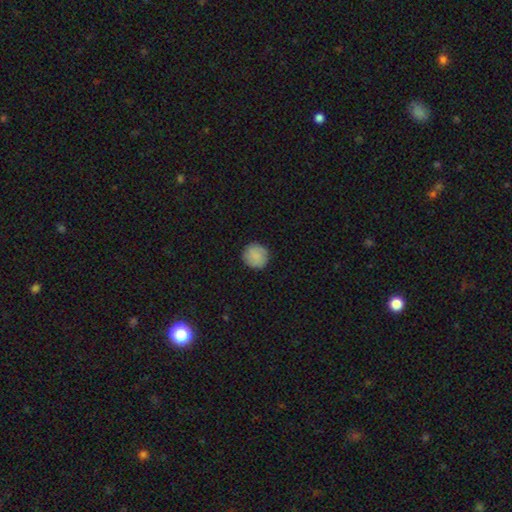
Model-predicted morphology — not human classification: Overall: smooth (88%). How rounded: round (93%). Merging: none (90%).